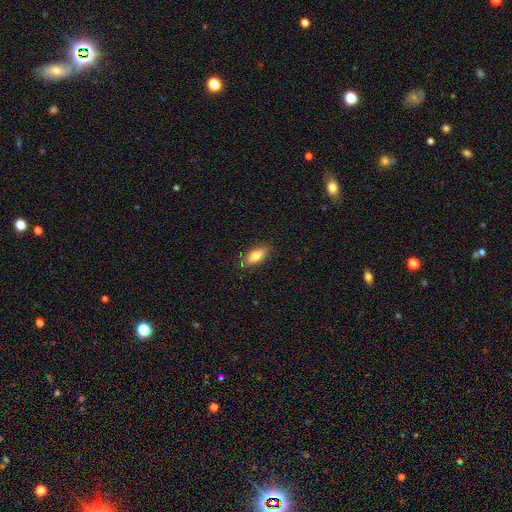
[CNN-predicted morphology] A smooth galaxy with no disk features (78%) that is in between round and cigar-shaped (80%).

Vote fractions:
- Smooth or featured? smooth: 78% / featured or disk: 15% / star or artifact: 7%
- How rounded? in between: 80% / cigar-shaped: 17% / round: 3%
- Merging? none: 85% / minor disturbance: 12% / major disturbance: 2% / merger: 1%